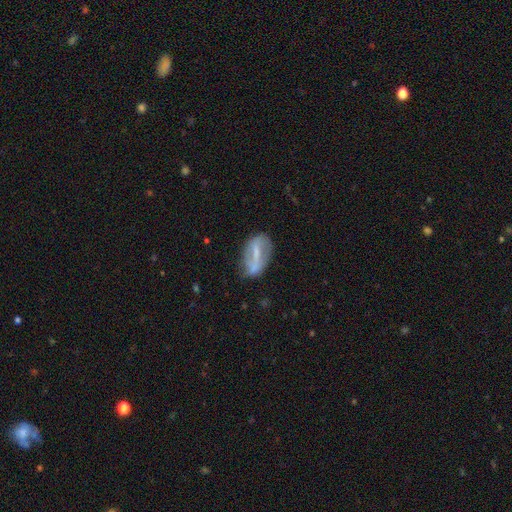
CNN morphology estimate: Overall: featured or disk (65%; smooth 27%). Edge-on disk: no (90%). Bar: strong (64%; weak 26%). Spiral arms: yes (52%; no 48%). Bulge size: small (44%; none 28%). Merging: none (68%).